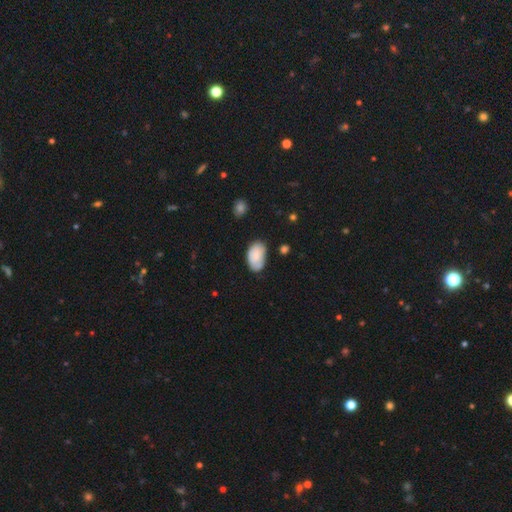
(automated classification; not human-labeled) Smooth or featured? Predicted: smooth (p=0.79). How rounded? Predicted: in between (p=0.93). Merging? Predicted: none (p=0.63).